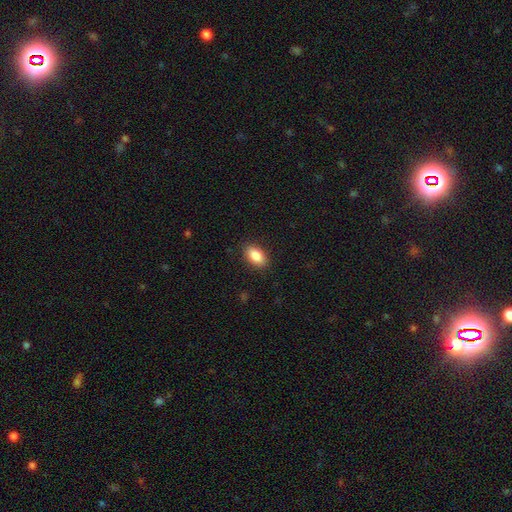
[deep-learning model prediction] This appears to be a smooth galaxy with no disk features (87%) that is in between round and cigar-shaped (92%). Merging: none (88%).